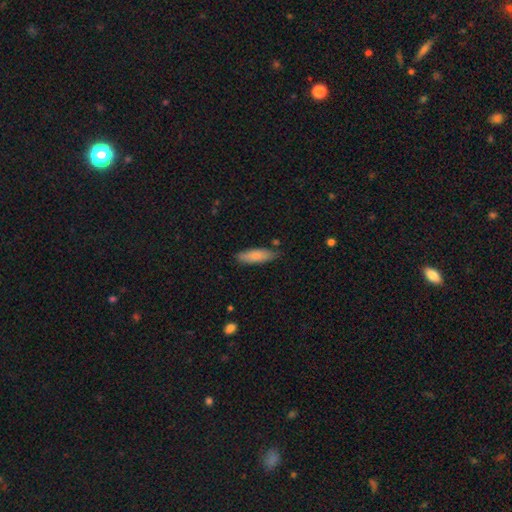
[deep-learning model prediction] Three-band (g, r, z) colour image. It shows a smooth galaxy with no disk features (81%) that is in between round and cigar-shaped (49%, tied with cigar-shaped). Merging: none (78%).